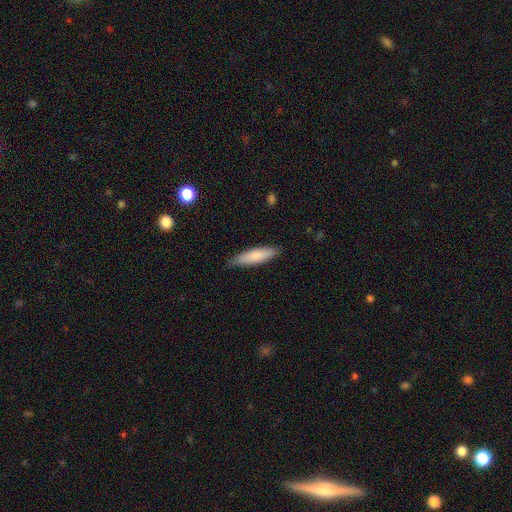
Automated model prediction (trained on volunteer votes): The model was most divided on "how rounded": cigar-shaped: 69%, in between: 29%, round: 1%. More confident: merging — none (84%); smooth or featured — smooth (81%).